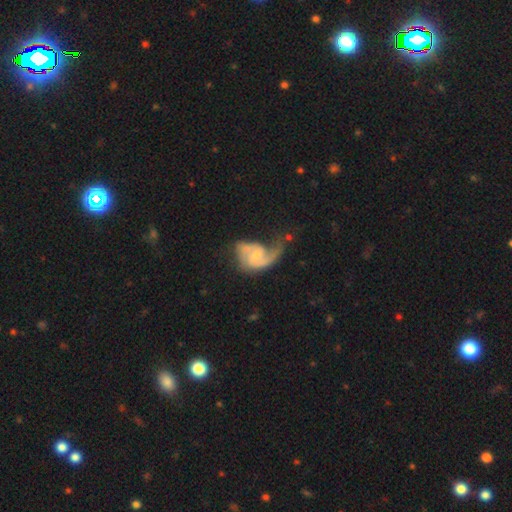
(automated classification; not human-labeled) Q: Smooth or featured?
A: featured or disk (81%); runner-up: smooth (14%)
Q: Edge-on disk?
A: no (98%); runner-up: yes (2%)
Q: Bar?
A: no (55%); runner-up: weak (39%)
Q: Spiral arms?
A: yes (94%); runner-up: no (6%)
Q: Spiral winding?
A: medium (45%); runner-up: loose (35%)
Q: Spiral arm count?
A: 2 (58%); runner-up: 1 (31%)
Q: Bulge size?
A: small (53%); runner-up: moderate (27%)
Q: Merging?
A: major disturbance (39%); runner-up: none (30%)